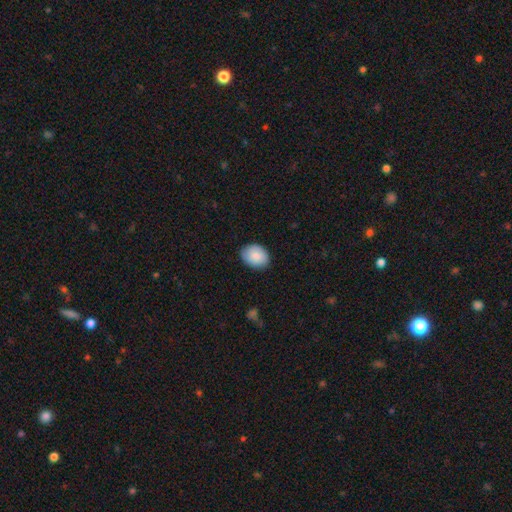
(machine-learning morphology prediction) smooth-or-featured: smooth: 87% | featured or disk: 7% | star or artifact: 6%
  how-rounded: in between: 66% | round: 33% | cigar-shaped: 1%
  merging: none: 84% | minor disturbance: 13% | major disturbance: 2% | merger: 1%